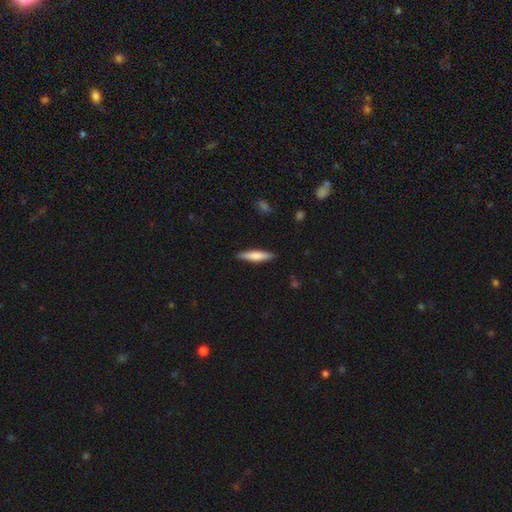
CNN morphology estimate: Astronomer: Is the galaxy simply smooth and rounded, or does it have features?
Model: smooth — 67%.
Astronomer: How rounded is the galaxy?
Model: cigar-shaped — 81%.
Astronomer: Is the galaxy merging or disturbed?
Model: none — 89%.